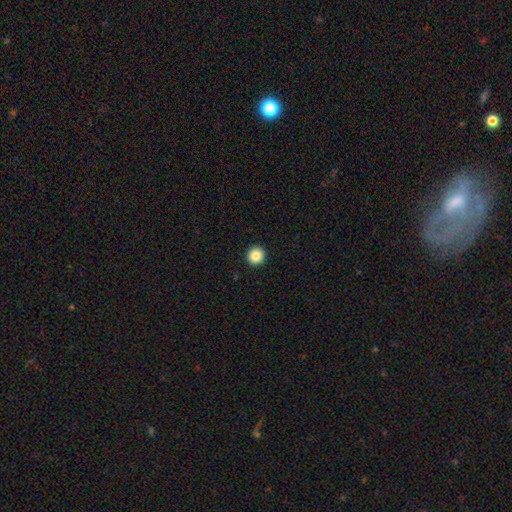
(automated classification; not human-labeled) Morphology: type=smooth (87%); roundness=round (96%); merging=none (94%).